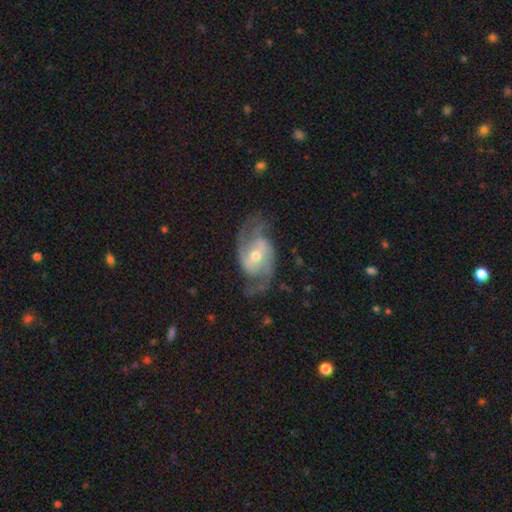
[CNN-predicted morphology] smooth-or-featured: featured or disk: 88% | smooth: 7% | star or artifact: 5%
  disk-edge-on: no: 97% | yes: 3%
    bar: weak: 45% | no: 31% | strong: 24%
    has-spiral-arms: yes: 96% | no: 4%
      spiral-winding: medium: 52% | loose: 30% | tight: 19%
      spiral-arm-count: 2: 85% | 3: 5% | can't tell: 5% | 1: 2% | 4: 2% | more than 4: 1%
    bulge-size: moderate: 54% | small: 41% | large: 3% | none: 1% | dominant: 1%
  merging: none: 71% | minor disturbance: 17% | major disturbance: 10% | merger: 1%